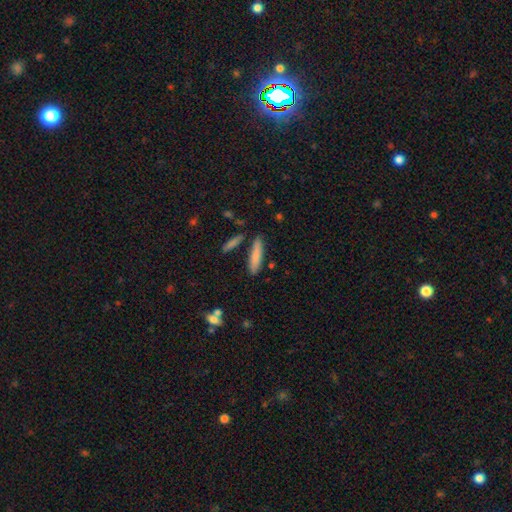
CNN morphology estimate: Smooth or featured? smooth (81%)
How rounded? cigar-shaped (84%)
Merging? none (82%)